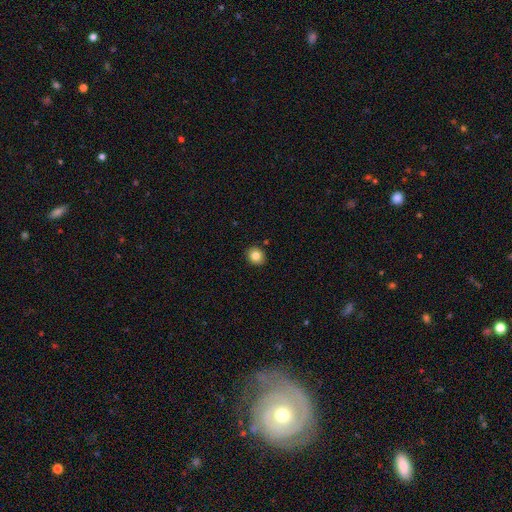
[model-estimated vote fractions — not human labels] Q: Smooth or featured?
A: smooth (82%); runner-up: star or artifact (10%)
Q: How rounded?
A: round (75%); runner-up: in between (24%)
Q: Merging?
A: none (91%); runner-up: minor disturbance (6%)